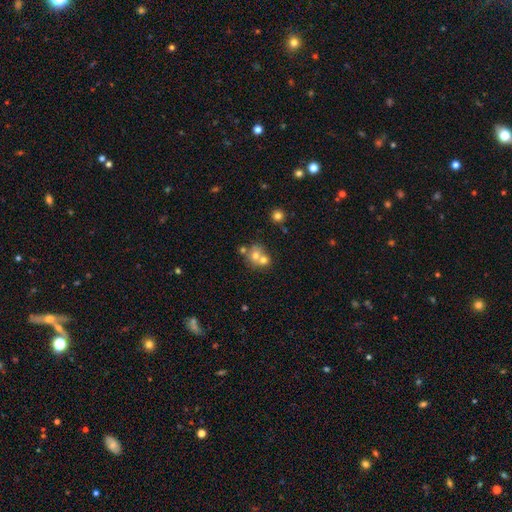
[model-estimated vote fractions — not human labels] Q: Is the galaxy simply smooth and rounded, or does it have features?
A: smooth — 62%.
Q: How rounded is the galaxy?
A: round — 72%.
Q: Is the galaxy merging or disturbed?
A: merger — 55%.